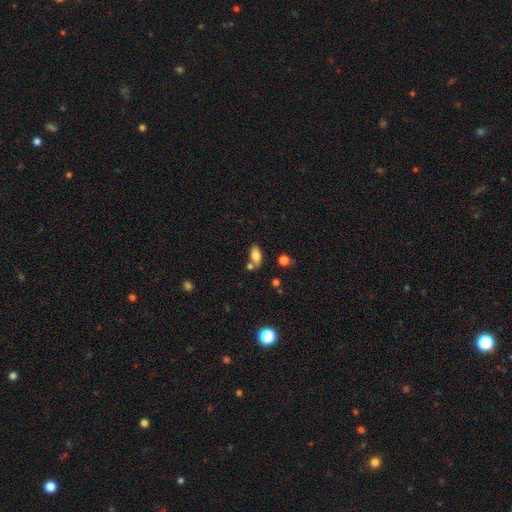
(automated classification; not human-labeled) smooth_or_featured: smooth (p=0.81) [alt: featured or disk p=0.10]
how_rounded: in between (p=0.88) [alt: cigar-shaped p=0.07]
merging: none (p=0.64) [alt: merger p=0.17]